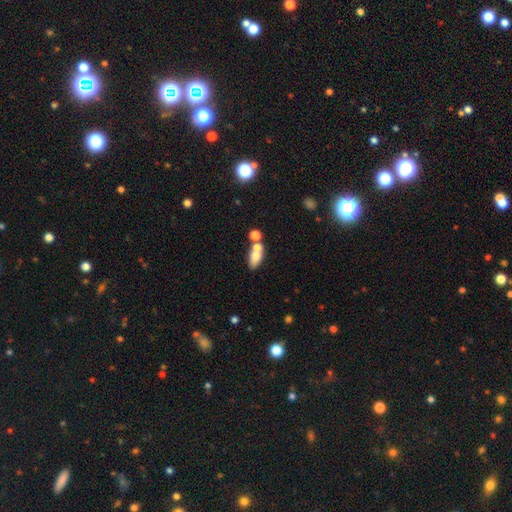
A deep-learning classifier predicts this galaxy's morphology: A smooth galaxy with no disk features (67%) that is in between round and cigar-shaped (81%).

Vote fractions:
- Smooth or featured? smooth: 67% / featured or disk: 22% / star or artifact: 10%
- How rounded? in between: 81% / cigar-shaped: 10% / round: 10%
- Merging? none: 45% / merger: 38% / minor disturbance: 12% / major disturbance: 6%